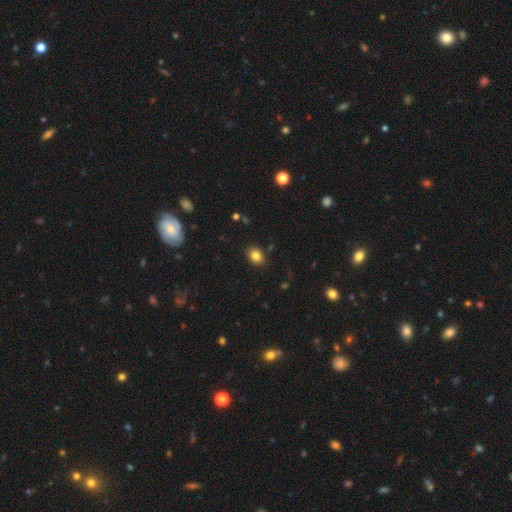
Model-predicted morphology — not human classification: smooth 82%, star or artifact 11%, featured or disk 7%. Down the decision tree: how rounded — in between (59%); merging — none (88%).